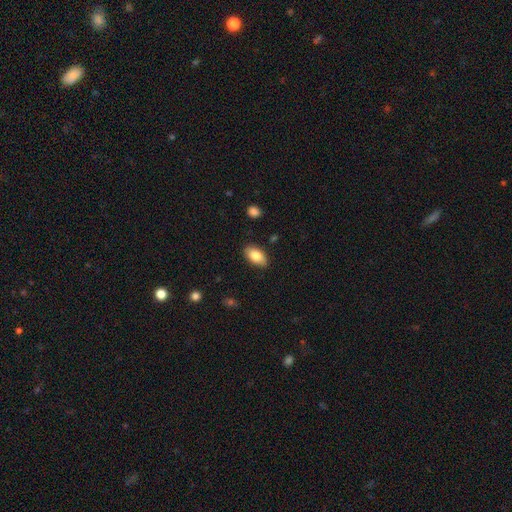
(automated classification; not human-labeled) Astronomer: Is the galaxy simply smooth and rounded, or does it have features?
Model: smooth — 83%.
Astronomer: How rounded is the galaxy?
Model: in between — 93%.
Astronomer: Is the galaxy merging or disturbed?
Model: none — 86%.